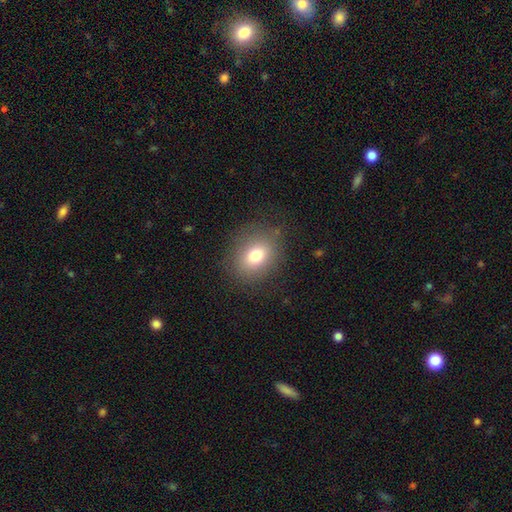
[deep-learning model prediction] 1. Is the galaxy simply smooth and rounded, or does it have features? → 75% smooth, 12% star or artifact, 12% featured or disk.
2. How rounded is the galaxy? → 54% round, 45% in between, 1% cigar-shaped.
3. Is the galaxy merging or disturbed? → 83% none, 11% minor disturbance, 5% major disturbance, 1% merger.